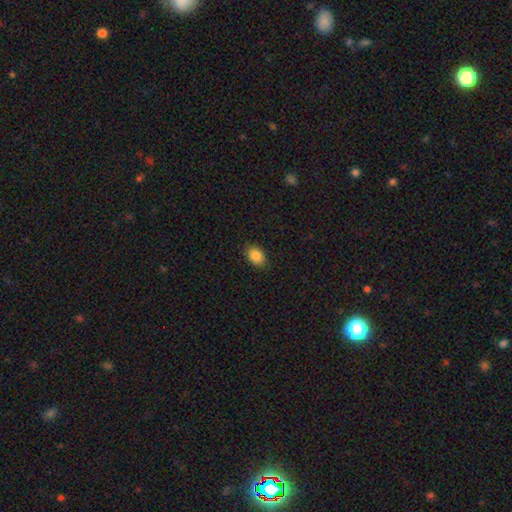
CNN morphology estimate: A smooth galaxy with no disk features (86%) that is in between round and cigar-shaped (79%).

Vote fractions:
- Smooth or featured? smooth: 86% / star or artifact: 8% / featured or disk: 6%
- How rounded? in between: 79% / round: 20% / cigar-shaped: 1%
- Merging? none: 88% / minor disturbance: 9% / major disturbance: 2% / merger: 1%